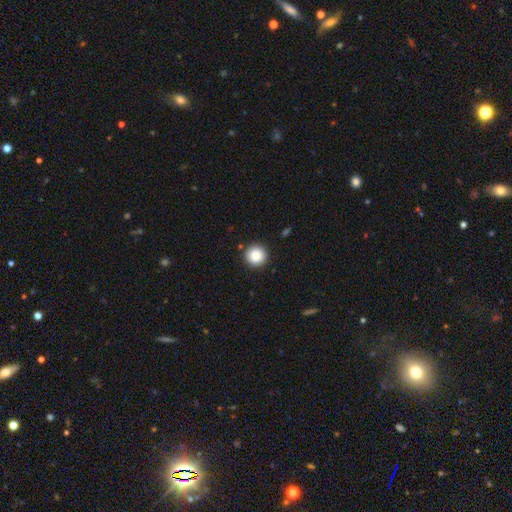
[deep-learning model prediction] Smooth or featured?
  - smooth: 87% *
  - star or artifact: 9%
  - featured or disk: 4%
How rounded?
  - round: 96% *
  - in between: 3%
  - cigar-shaped: 1%
Merging?
  - none: 92% *
  - minor disturbance: 5%
  - major disturbance: 2%
  - merger: 1%